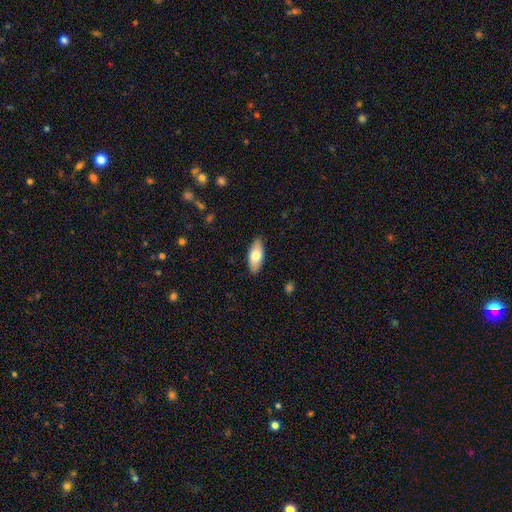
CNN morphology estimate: Q: Smooth or featured?
A: smooth (73%); runner-up: featured or disk (22%)
Q: How rounded?
A: in between (81%); runner-up: cigar-shaped (16%)
Q: Merging?
A: none (89%); runner-up: minor disturbance (9%)